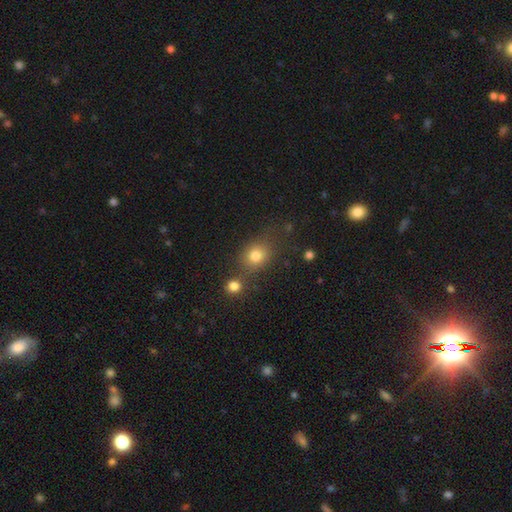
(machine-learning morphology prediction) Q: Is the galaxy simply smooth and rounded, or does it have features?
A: smooth — 77%.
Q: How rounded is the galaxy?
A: round — 67%.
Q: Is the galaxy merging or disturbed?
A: none — 65%.